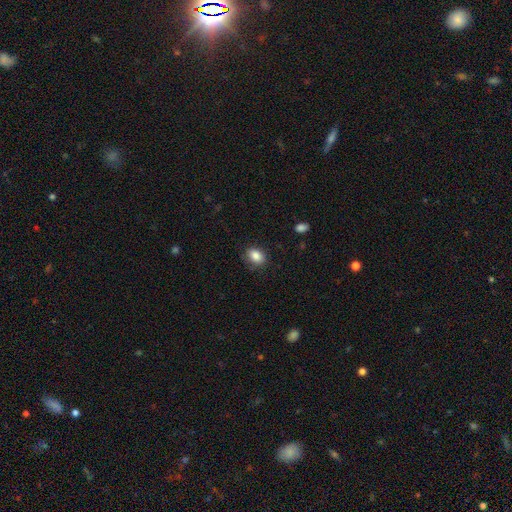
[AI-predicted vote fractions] A smooth galaxy with no disk features (86%) that is in between round and cigar-shaped (70%).

Vote fractions:
- Smooth or featured? smooth: 86% / star or artifact: 9% / featured or disk: 5%
- How rounded? in between: 70% / round: 28% / cigar-shaped: 1%
- Merging? none: 82% / minor disturbance: 13% / major disturbance: 3% / merger: 1%